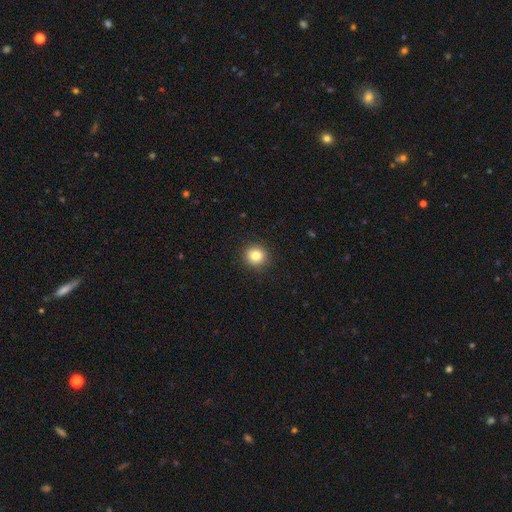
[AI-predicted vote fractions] Morphology: type=smooth (84%); roundness=round (89%); merging=none (91%).